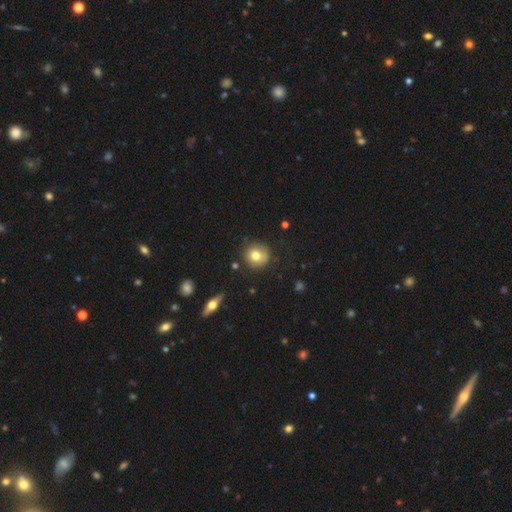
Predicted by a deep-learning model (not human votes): Smooth or featured? Predicted: smooth (p=0.75). How rounded? Predicted: round (p=0.91). Merging? Predicted: none (p=0.81).